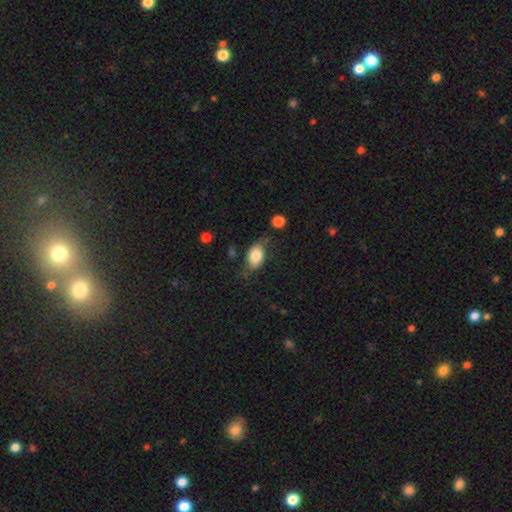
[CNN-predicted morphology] The model was most divided on "merging": none: 55%, minor disturbance: 29%, major disturbance: 12%, merger: 4%. More confident: how rounded — in between (87%); smooth or featured — smooth (78%).